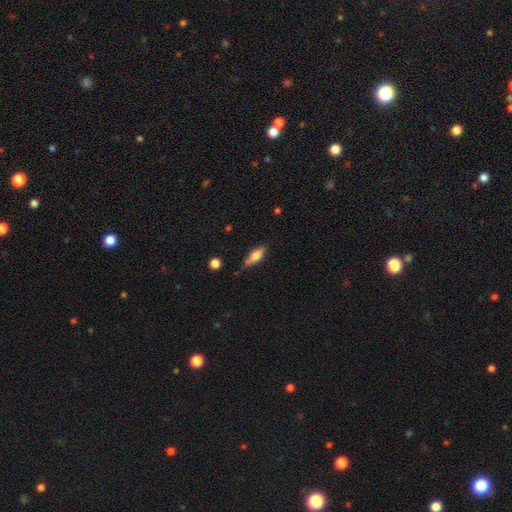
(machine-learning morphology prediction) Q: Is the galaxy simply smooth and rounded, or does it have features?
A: smooth — 61%.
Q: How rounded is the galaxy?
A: in between — 59%.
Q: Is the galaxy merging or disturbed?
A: none — 69%.